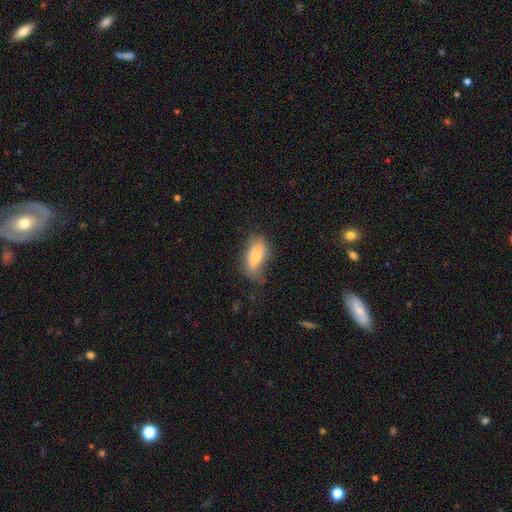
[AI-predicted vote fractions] smooth 76%, featured or disk 17%, star or artifact 7%. Down the decision tree: how rounded — in between (83%); merging — none (57%).